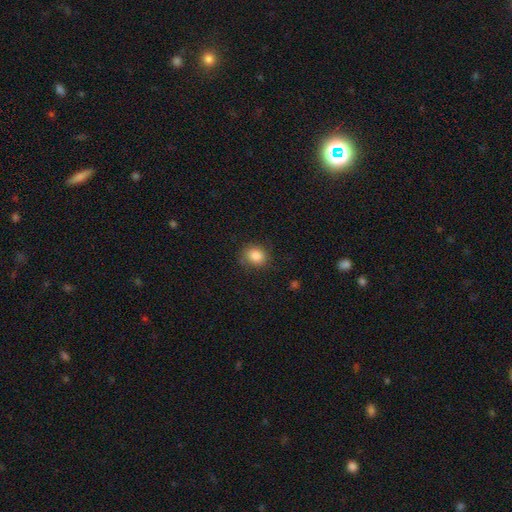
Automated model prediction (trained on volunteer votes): Smooth or featured? smooth (84%)
How rounded? round (74%)
Merging? none (78%)